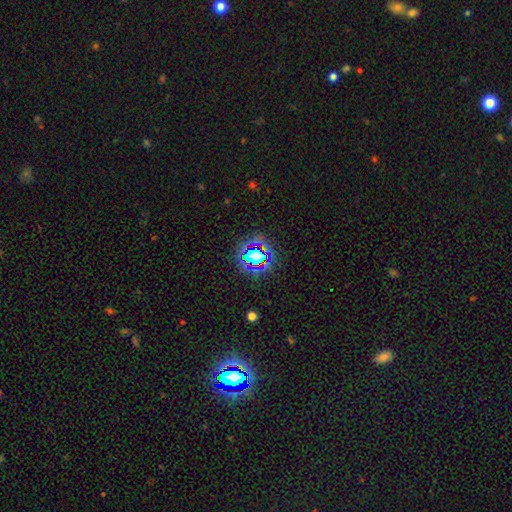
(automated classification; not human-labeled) Smooth or featured: star or artifact — 62% (smooth — 25%)